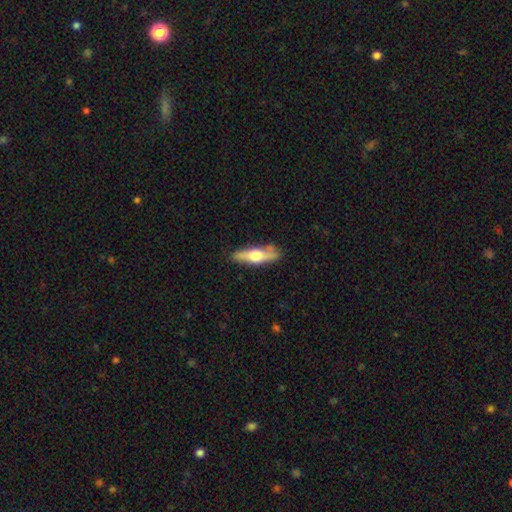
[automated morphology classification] Overall: featured or disk (53%; smooth 42%). Edge-on disk: yes (87%). Merging: none (81%).